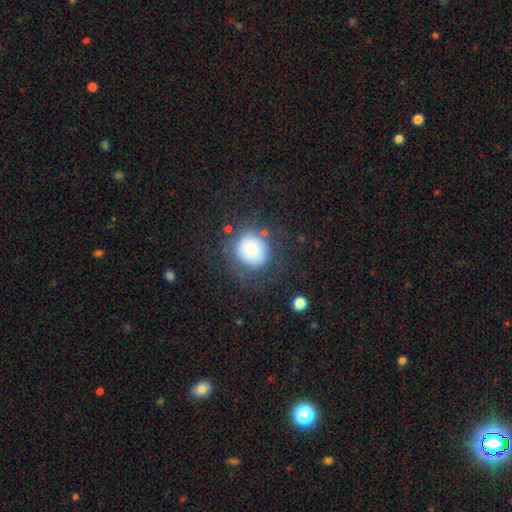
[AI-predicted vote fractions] Smooth or featured? smooth (74%)
How rounded? round (86%)
Merging? none (66%)